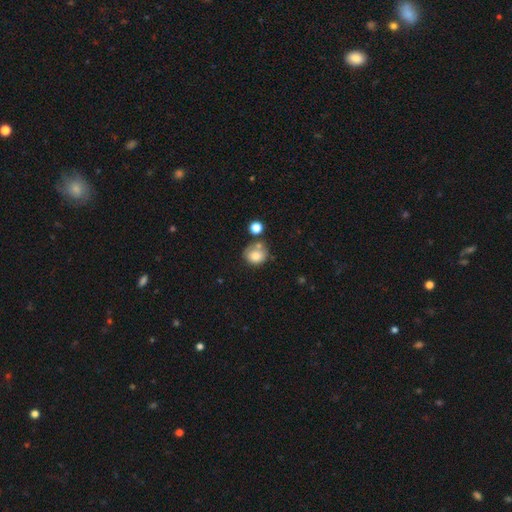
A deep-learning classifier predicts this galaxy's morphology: Overall: smooth (76%). How rounded: round (75%). Merging: none (48%; merger 26%).